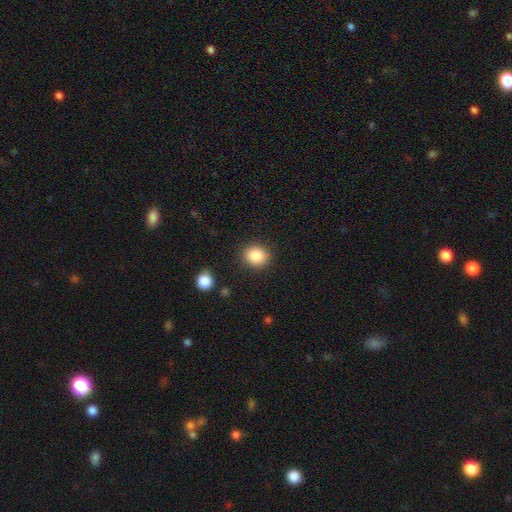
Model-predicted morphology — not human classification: Smooth or featured? smooth (86%)
How rounded? round (78%)
Merging? none (87%)